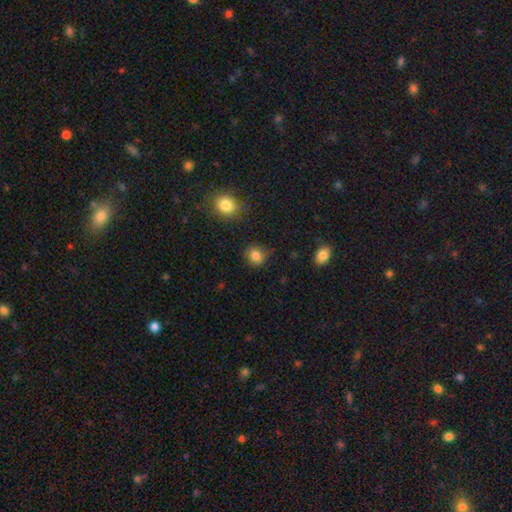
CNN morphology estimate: A smooth galaxy with no disk features (83%) that is round (73%). Merging: none (79%).